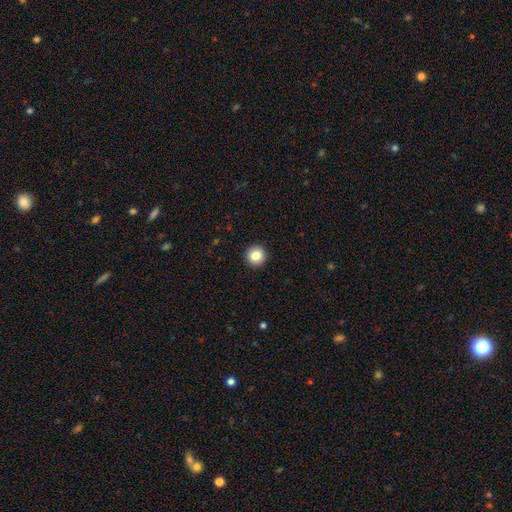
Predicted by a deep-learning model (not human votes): smooth_or_featured: smooth (p=0.83) [alt: star or artifact p=0.10]
how_rounded: round (p=0.96) [alt: in between p=0.03]
merging: none (p=0.94) [alt: minor disturbance p=0.04]